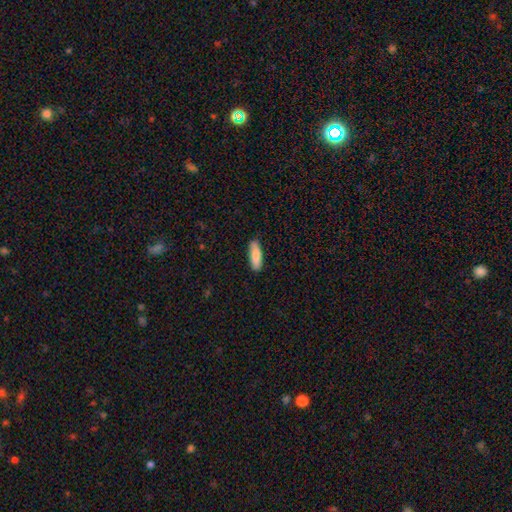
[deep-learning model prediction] Smooth or featured? smooth (85%)
How rounded? cigar-shaped (50%)
Merging? none (87%)